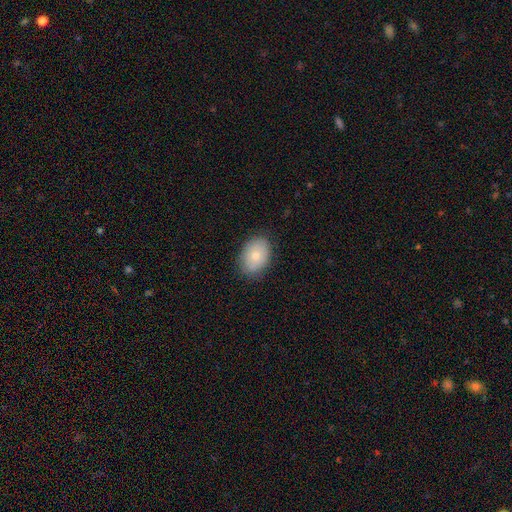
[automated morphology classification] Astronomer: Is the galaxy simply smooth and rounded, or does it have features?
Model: smooth — 74%.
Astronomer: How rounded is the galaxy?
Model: in between — 78%.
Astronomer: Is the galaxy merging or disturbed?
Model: none — 83%.